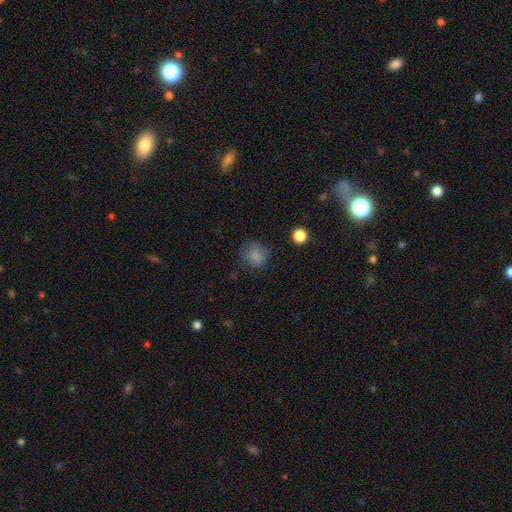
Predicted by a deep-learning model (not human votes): smooth 82%, star or artifact 13%, featured or disk 5%. Down the decision tree: how rounded — round (80%); merging — none (74%).